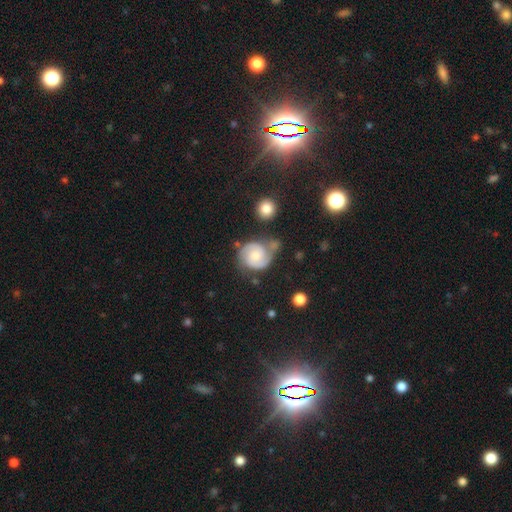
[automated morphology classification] Smooth or featured? Predicted: featured or disk (p=0.81). Edge-on disk? Predicted: no (p=0.98). Bar? Predicted: no (p=0.62). Spiral arms? Predicted: yes (p=0.97). Spiral winding? Predicted: tight (p=0.48). Spiral arm count? Predicted: 2 (p=0.89). Bulge size? Predicted: moderate (p=0.50). Merging? Predicted: none (p=0.60).